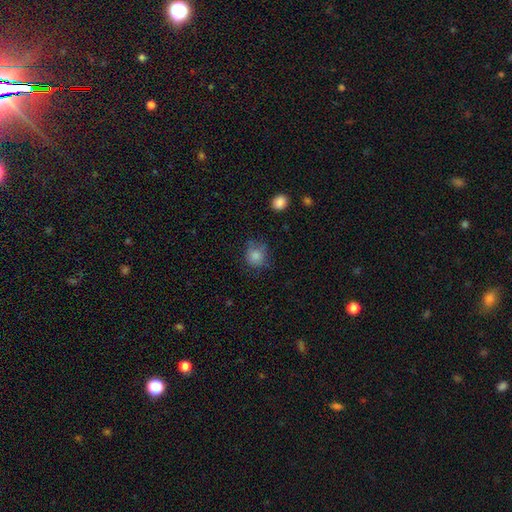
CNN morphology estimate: Smooth or featured? smooth (84%)
How rounded? round (82%)
Merging? none (68%)